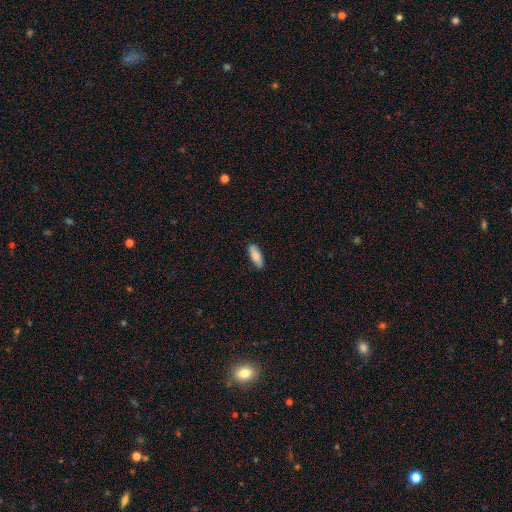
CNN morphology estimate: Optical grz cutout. It shows a smooth galaxy with no disk features (82%) that is in between round and cigar-shaped (64%). Merging: none (86%).